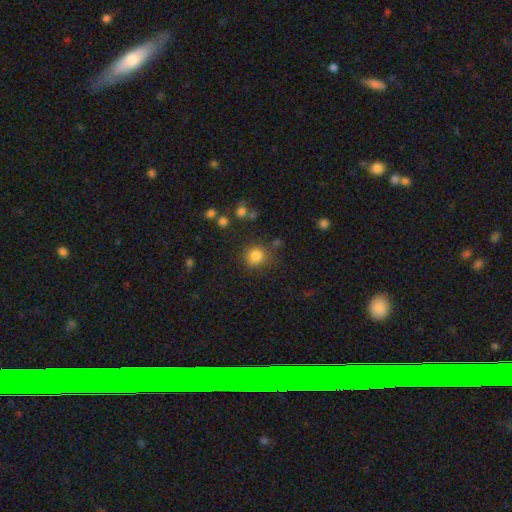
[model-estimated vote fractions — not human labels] This is clearly a smooth galaxy (82%). How rounded: clearly round (91%). Merging: clearly none (80%).